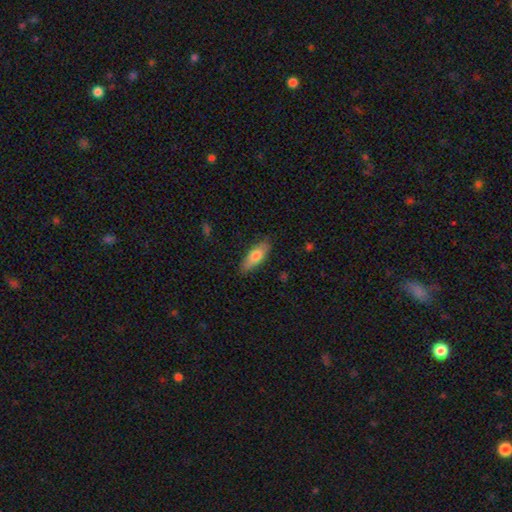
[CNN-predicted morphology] This appears to be a smooth galaxy with no disk features (74%) that is in between round and cigar-shaped (64%). Merging: none (83%).